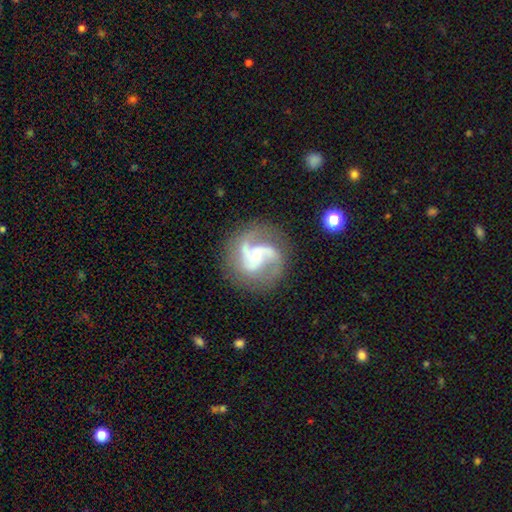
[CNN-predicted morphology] smooth_or_featured: featured or disk (p=0.88) [alt: smooth p=0.07]
disk_edge_on: no (p=0.98) [alt: yes p=0.02]
bar: no (p=0.49) [alt: weak p=0.37]
has_spiral_arms: yes (p=0.97) [alt: no p=0.03]
spiral_winding: medium (p=0.54) [alt: loose p=0.28]
spiral_arm_count: 2 (p=0.70) [alt: 3 p=0.15]
bulge_size: small (p=0.67) [alt: moderate p=0.26]
merging: none (p=0.70) [alt: minor disturbance p=0.16]